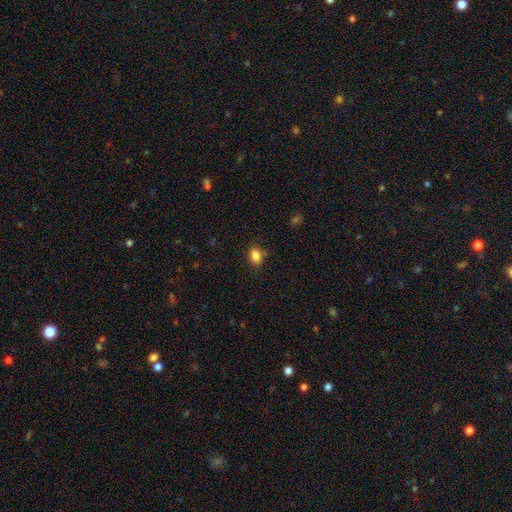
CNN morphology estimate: A smooth galaxy with no disk features (85%) that is in between round and cigar-shaped (68%). Merging: none (83%).